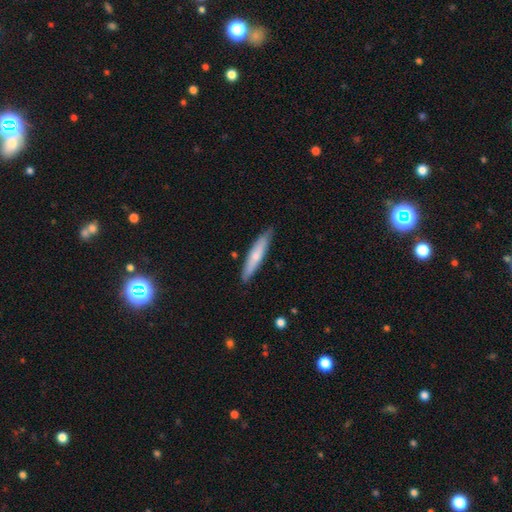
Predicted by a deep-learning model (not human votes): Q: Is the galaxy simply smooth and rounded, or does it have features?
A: smooth — 63%.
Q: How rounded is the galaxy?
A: cigar-shaped — 89%.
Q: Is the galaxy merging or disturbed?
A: none — 85%.